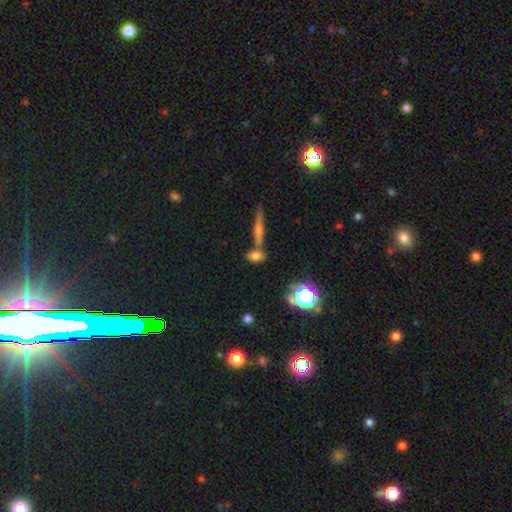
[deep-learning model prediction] smooth 70%, featured or disk 15%, star or artifact 15%. Down the decision tree: how rounded — in between (65%); merging — none (54%).